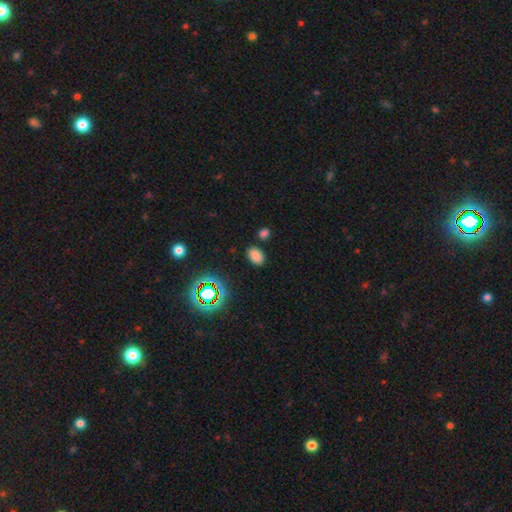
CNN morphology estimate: smooth-or-featured: smooth: 78% | star or artifact: 17% | featured or disk: 5%
  how-rounded: in between: 85% | round: 14% | cigar-shaped: 1%
  merging: none: 85% | minor disturbance: 9% | merger: 4% | major disturbance: 3%